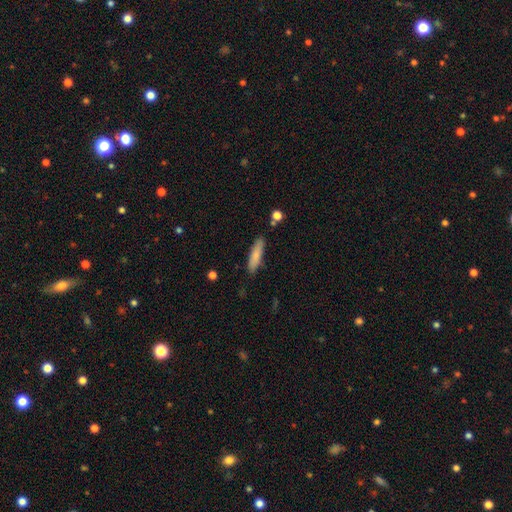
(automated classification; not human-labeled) Q: Smooth or featured?
A: smooth (78%); runner-up: featured or disk (16%)
Q: How rounded?
A: cigar-shaped (78%); runner-up: in between (20%)
Q: Merging?
A: none (85%); runner-up: minor disturbance (11%)